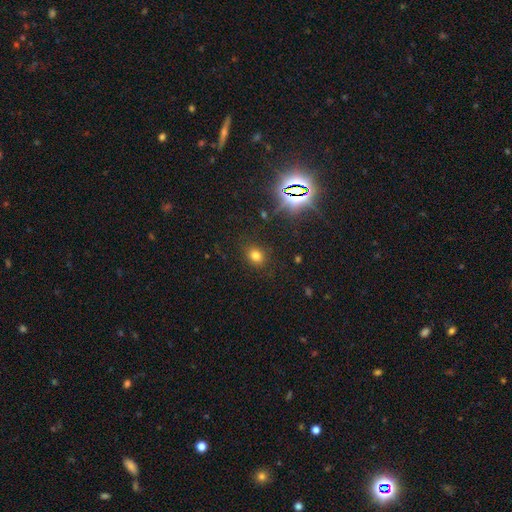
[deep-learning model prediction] Q: Smooth or featured?
A: smooth (72%); runner-up: star or artifact (21%)
Q: How rounded?
A: round (58%); runner-up: in between (41%)
Q: Merging?
A: none (85%); runner-up: minor disturbance (10%)